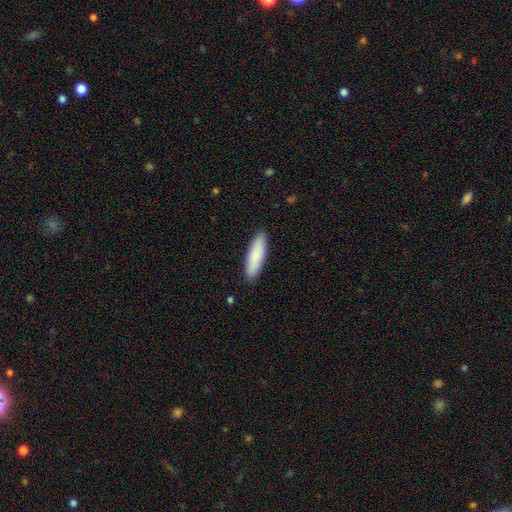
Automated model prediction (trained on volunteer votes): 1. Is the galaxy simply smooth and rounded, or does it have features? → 86% smooth, 8% featured or disk, 5% star or artifact.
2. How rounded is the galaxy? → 63% cigar-shaped, 36% in between, 1% round.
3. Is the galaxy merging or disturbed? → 90% none, 7% minor disturbance, 2% major disturbance, 1% merger.